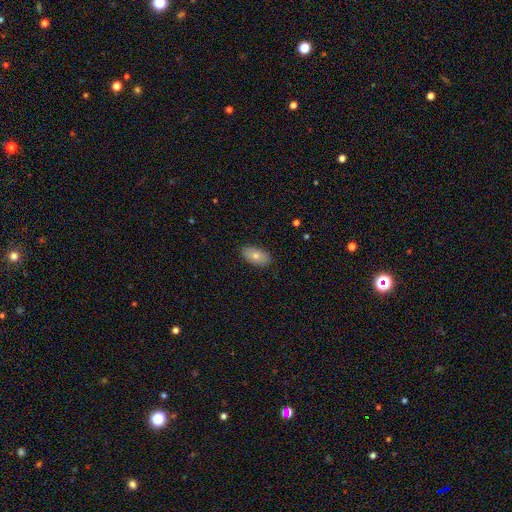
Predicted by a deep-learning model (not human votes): This appears to be a smooth galaxy with no disk features (71%) that is in between round and cigar-shaped (92%). Merging: none (87%).